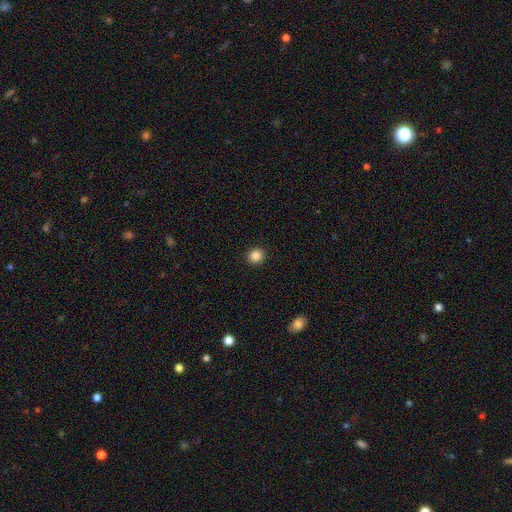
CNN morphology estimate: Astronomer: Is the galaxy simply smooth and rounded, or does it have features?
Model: smooth — 86%.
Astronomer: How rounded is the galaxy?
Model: round — 90%.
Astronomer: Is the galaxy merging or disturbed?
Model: none — 93%.